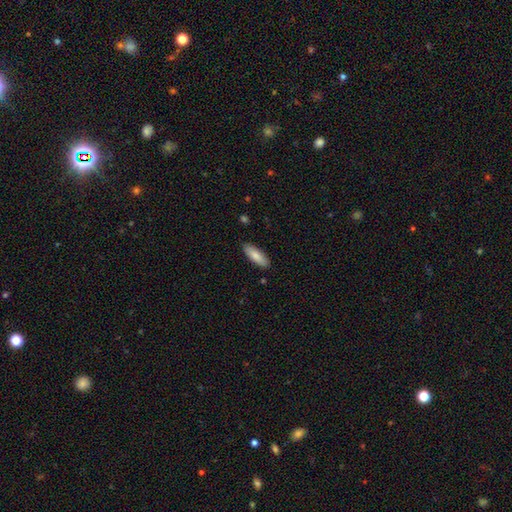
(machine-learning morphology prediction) Smooth or featured: smooth — 84% (featured or disk — 10%)
How rounded: in between — 57% (cigar-shaped — 42%)
Merging: none — 88% (minor disturbance — 9%)